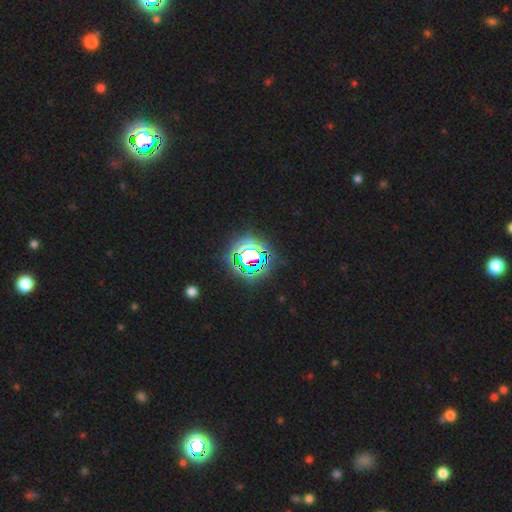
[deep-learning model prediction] Smooth or featured? Predicted: star or artifact (p=0.76).